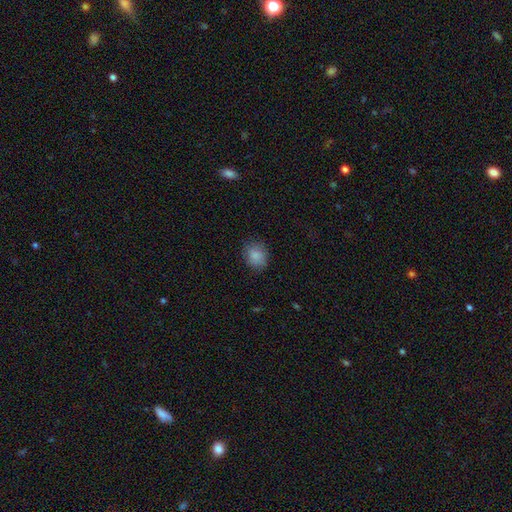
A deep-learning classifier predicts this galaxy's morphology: smooth_or_featured: smooth (p=0.86) [alt: star or artifact p=0.08]
how_rounded: round (p=0.61) [alt: in between p=0.38]
merging: none (p=0.80) [alt: minor disturbance p=0.15]